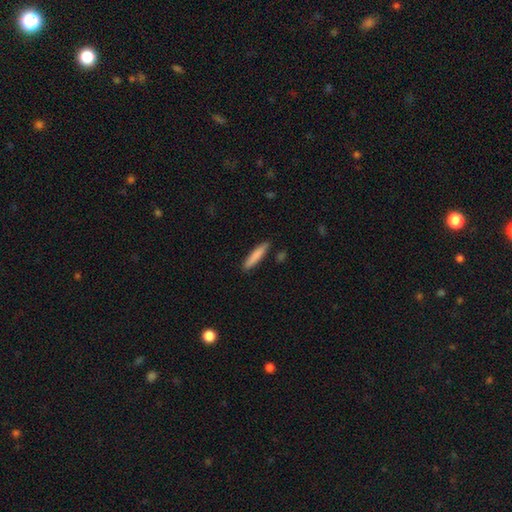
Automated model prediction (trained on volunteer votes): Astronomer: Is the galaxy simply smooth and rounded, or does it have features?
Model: smooth — 83%.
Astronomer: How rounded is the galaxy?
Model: cigar-shaped — 89%.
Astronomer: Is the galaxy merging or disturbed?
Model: none — 87%.